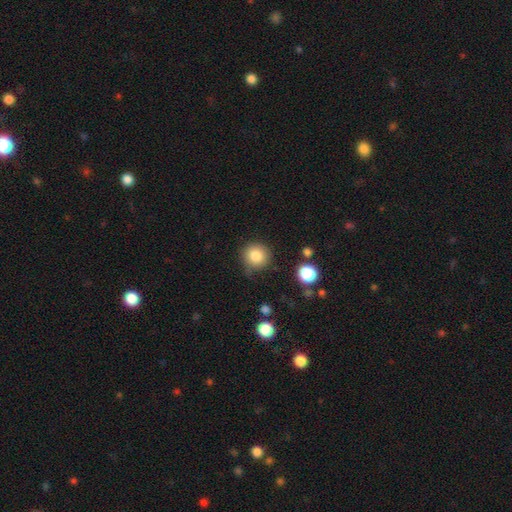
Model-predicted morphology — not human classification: Q: Smooth or featured?
A: smooth (84%); runner-up: star or artifact (10%)
Q: How rounded?
A: round (92%); runner-up: in between (7%)
Q: Merging?
A: none (77%); runner-up: minor disturbance (16%)